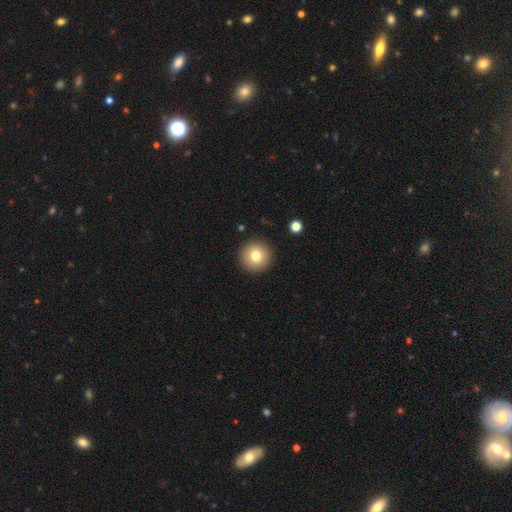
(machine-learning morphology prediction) Overall: smooth (77%). How rounded: round (95%). Merging: none (91%).